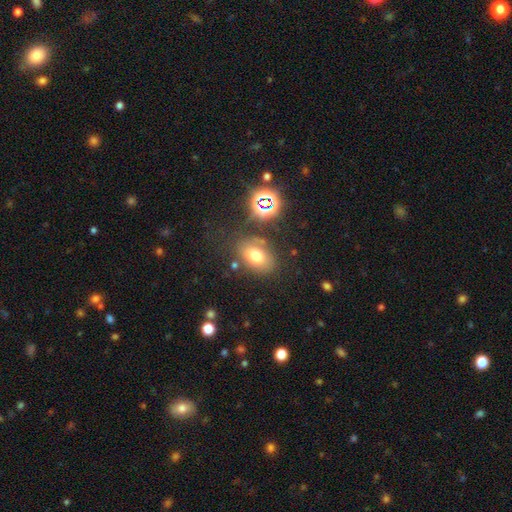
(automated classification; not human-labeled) Smooth or featured?
  - smooth: 68% *
  - star or artifact: 17%
  - featured or disk: 15%
How rounded?
  - in between: 74% *
  - round: 25%
  - cigar-shaped: 1%
Merging?
  - none: 73% *
  - minor disturbance: 14%
  - merger: 7%
  - major disturbance: 6%